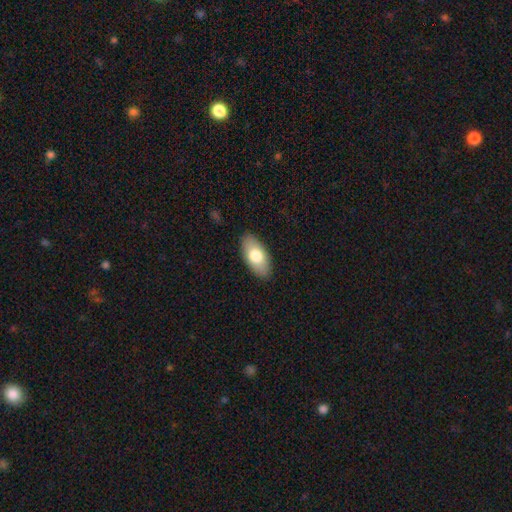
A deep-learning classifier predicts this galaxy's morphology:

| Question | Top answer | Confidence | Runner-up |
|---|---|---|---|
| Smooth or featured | smooth | 74% | featured or disk (20%) |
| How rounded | in between | 93% | cigar-shaped (5%) |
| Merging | none | 88% | minor disturbance (9%) |